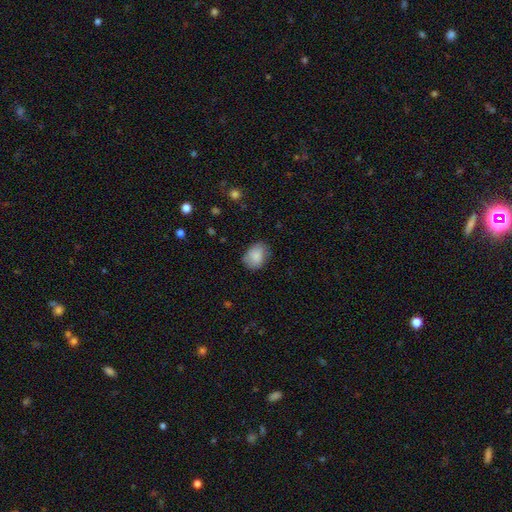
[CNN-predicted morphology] The model was most divided on "how rounded": in between: 67%, round: 32%, cigar-shaped: 1%. More confident: smooth or featured — smooth (85%); merging — none (71%).